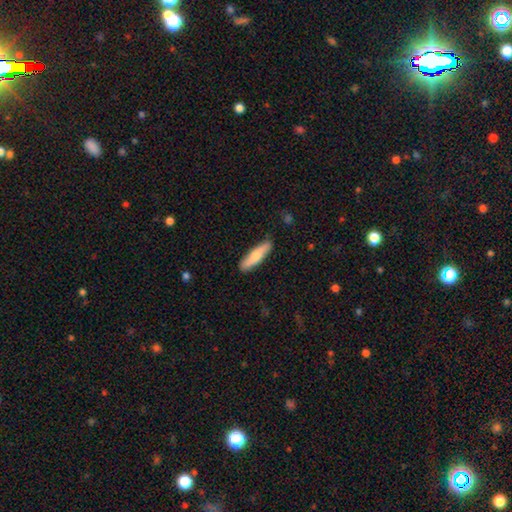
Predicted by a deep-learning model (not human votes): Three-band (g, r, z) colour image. It shows a smooth galaxy with no disk features (67%) that is cigar-shaped (76%). Merging: none (88%).